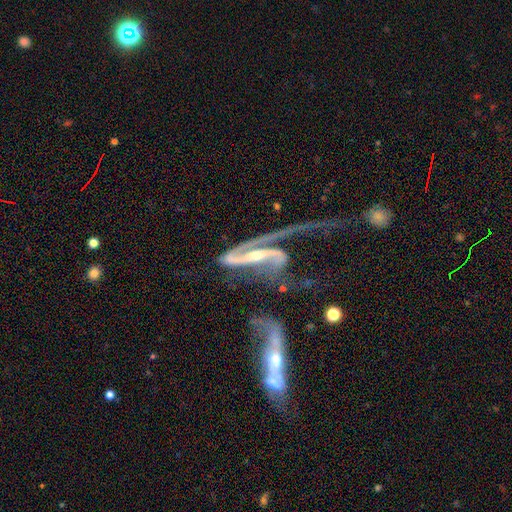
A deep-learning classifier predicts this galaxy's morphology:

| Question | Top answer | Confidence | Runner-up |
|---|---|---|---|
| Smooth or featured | featured or disk | 87% | smooth (7%) |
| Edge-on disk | no | 86% | yes (14%) |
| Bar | strong | 45% | weak (29%) |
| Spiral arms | yes | 90% | no (10%) |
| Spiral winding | loose | 61% | medium (26%) |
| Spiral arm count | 2 | 73% | 1 (16%) |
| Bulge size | small | 50% | moderate (40%) |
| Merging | major disturbance | 41% | merger (32%) |